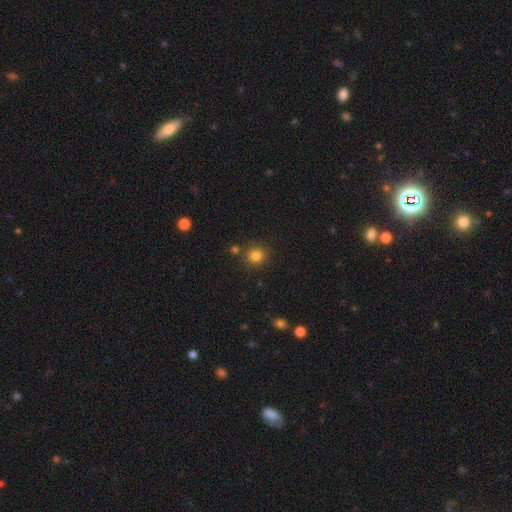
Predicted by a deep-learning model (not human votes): Smooth or featured? smooth (82%)
How rounded? round (91%)
Merging? none (82%)